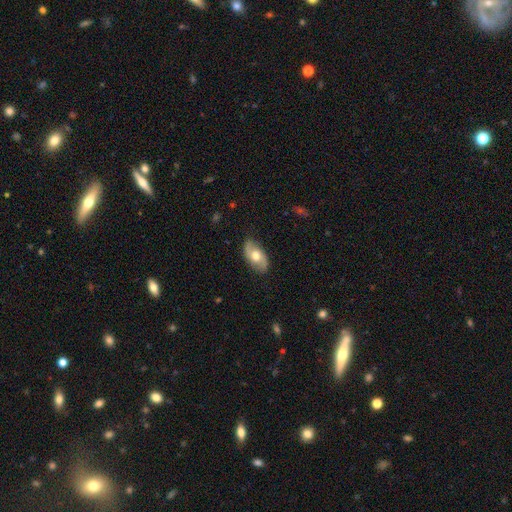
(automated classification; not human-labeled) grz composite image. It shows a featured or disk galaxy (56%) with no bar (70%), spiral arms (75%) and a moderate central bulge (71%). Merging: none (84%).